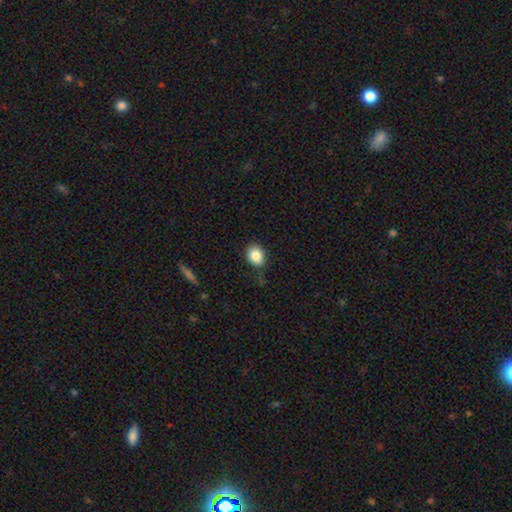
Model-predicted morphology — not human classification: Smooth or featured? smooth (84%)
How rounded? in between (50%)
Merging? none (80%)